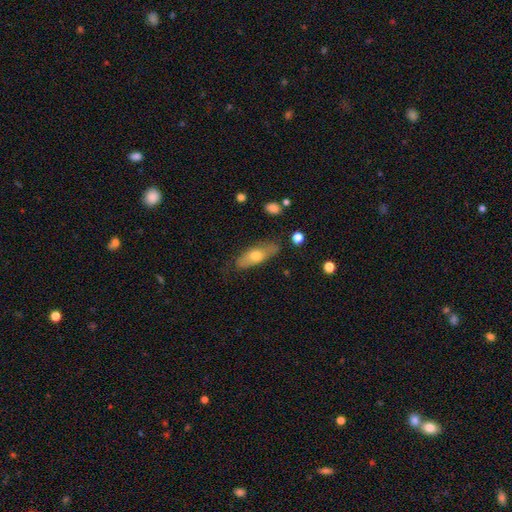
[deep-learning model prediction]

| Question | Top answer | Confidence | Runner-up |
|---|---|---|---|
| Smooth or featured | smooth | 60% | featured or disk (34%) |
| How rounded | in between | 58% | cigar-shaped (39%) |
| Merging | none | 76% | minor disturbance (18%) |